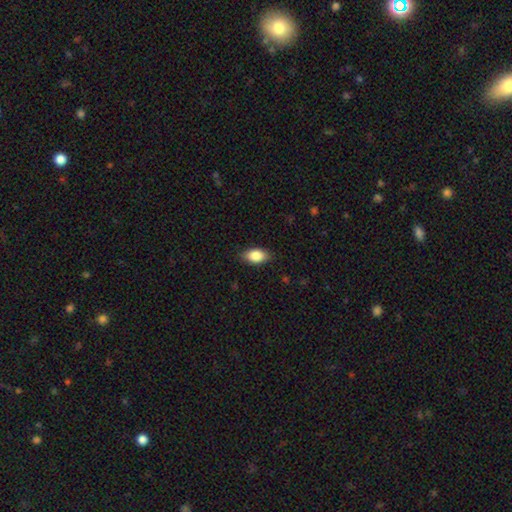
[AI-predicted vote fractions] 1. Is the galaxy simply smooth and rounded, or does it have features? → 85% smooth, 8% featured or disk, 7% star or artifact.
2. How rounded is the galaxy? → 90% in between, 7% round, 3% cigar-shaped.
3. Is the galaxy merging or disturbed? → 85% none, 11% minor disturbance, 2% major disturbance, 1% merger.